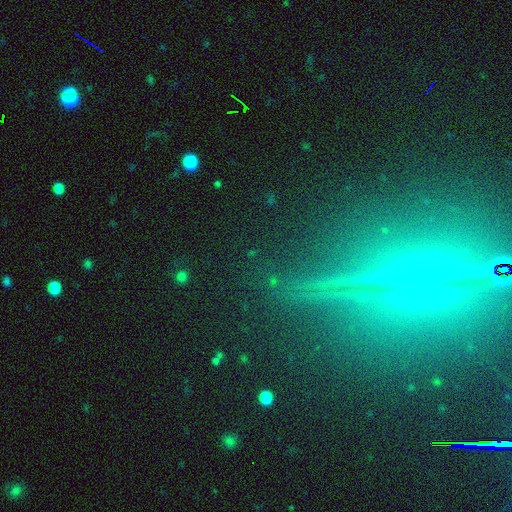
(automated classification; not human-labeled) Smooth or featured? Predicted: star or artifact (p=0.62).